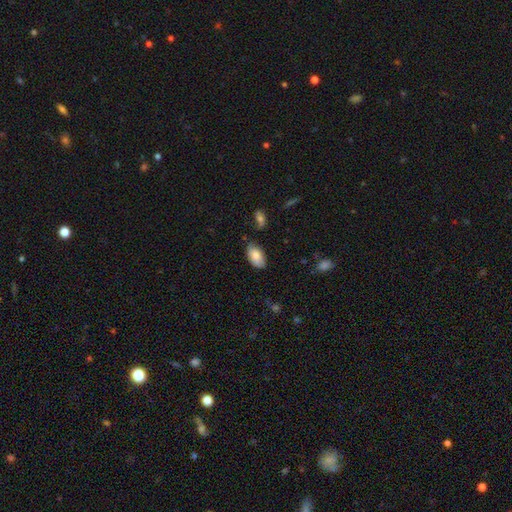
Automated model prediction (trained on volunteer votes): Smooth or featured? smooth (81%)
How rounded? in between (95%)
Merging? none (73%)